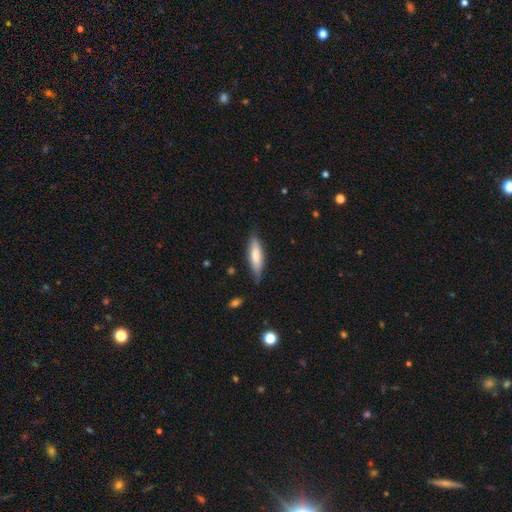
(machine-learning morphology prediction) smooth 72%, featured or disk 23%, star or artifact 6%. Down the decision tree: how rounded — cigar-shaped (62%); merging — none (76%).